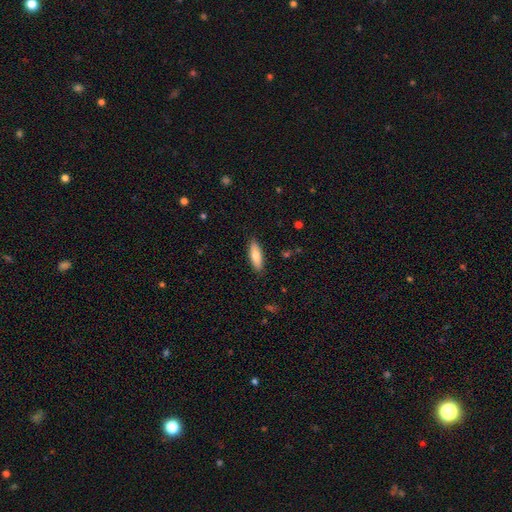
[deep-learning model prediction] smooth_or_featured: smooth (p=0.79) [alt: featured or disk p=0.16]
how_rounded: in between (p=0.55) [alt: cigar-shaped p=0.43]
merging: none (p=0.88) [alt: minor disturbance p=0.09]